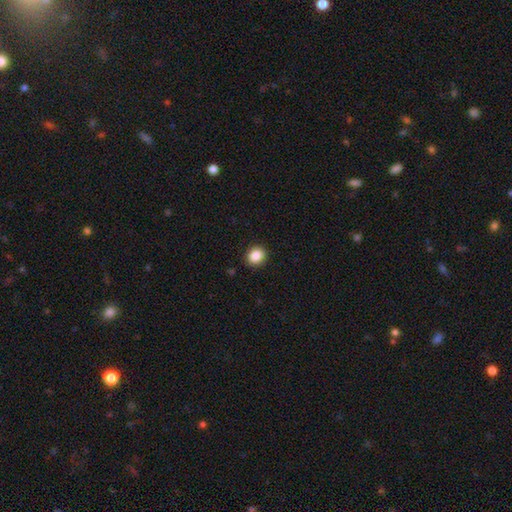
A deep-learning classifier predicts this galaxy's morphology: Overall: smooth (88%). How rounded: round (67%; in between 32%). Merging: none (91%).